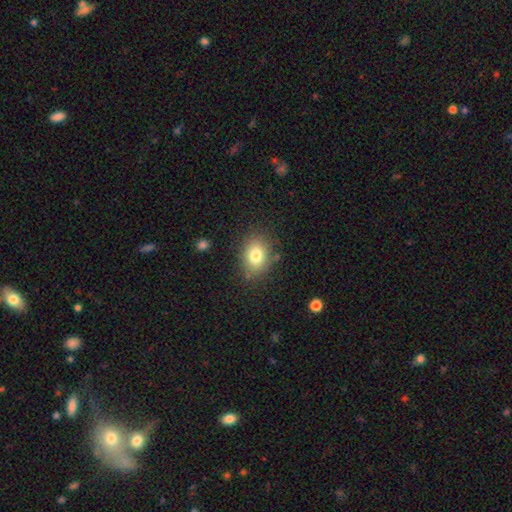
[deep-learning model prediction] A smooth galaxy with no disk features (79%) that is in between round and cigar-shaped (69%). Merging: none (81%).